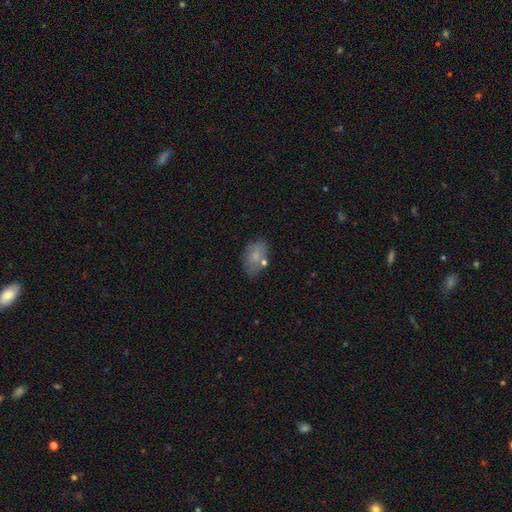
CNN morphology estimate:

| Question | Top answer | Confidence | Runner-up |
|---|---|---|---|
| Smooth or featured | smooth | 71% | featured or disk (20%) |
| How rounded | in between | 87% | round (11%) |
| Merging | none | 63% | minor disturbance (20%) |